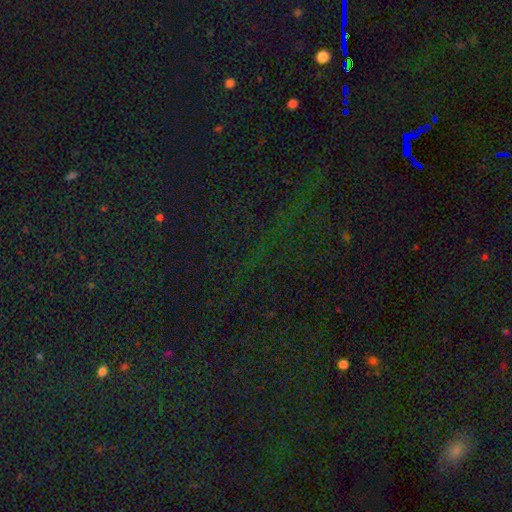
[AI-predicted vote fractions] smooth_or_featured: star or artifact (p=0.82) [alt: smooth p=0.11]